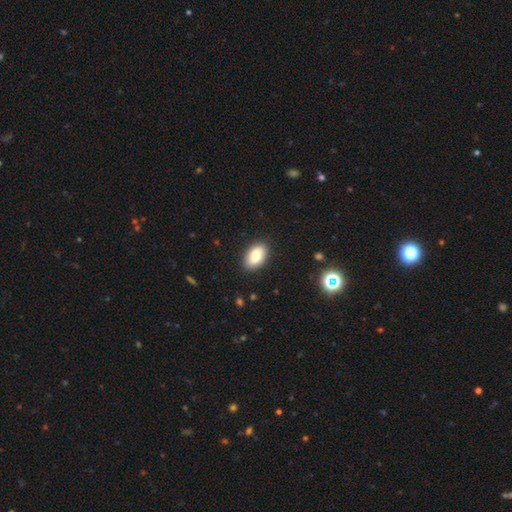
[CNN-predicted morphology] A smooth galaxy with no disk features (78%) that is in between round and cigar-shaped (92%).

Vote fractions:
- Smooth or featured? smooth: 78% / featured or disk: 14% / star or artifact: 7%
- How rounded? in between: 92% / round: 6% / cigar-shaped: 2%
- Merging? none: 87% / minor disturbance: 10% / major disturbance: 2% / merger: 1%